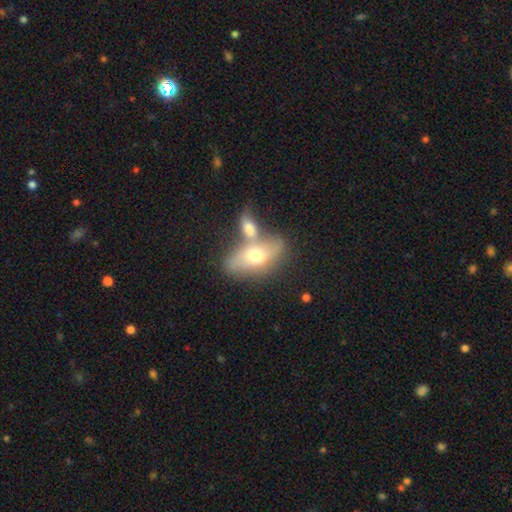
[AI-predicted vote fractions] This is possibly a smooth galaxy (51%). How rounded: clearly in between (83%). Merging: possibly merger (53%).